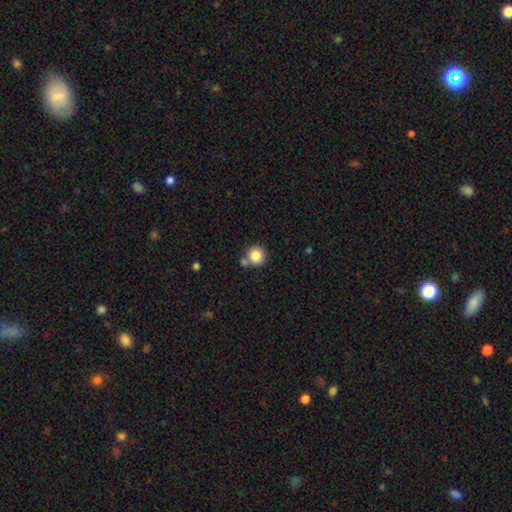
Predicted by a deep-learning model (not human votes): Q: Smooth or featured?
A: smooth (85%); runner-up: star or artifact (10%)
Q: How rounded?
A: round (94%); runner-up: in between (5%)
Q: Merging?
A: none (71%); runner-up: merger (17%)